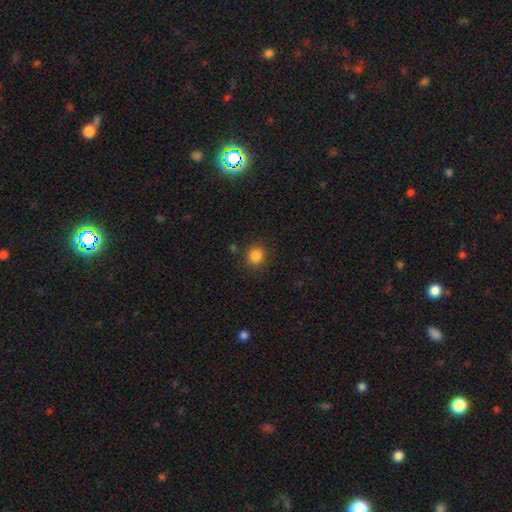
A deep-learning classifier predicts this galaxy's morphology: A smooth galaxy with no disk features (85%) that is round (83%).

Vote fractions:
- Smooth or featured? smooth: 85% / star or artifact: 11% / featured or disk: 4%
- How rounded? round: 83% / in between: 16% / cigar-shaped: 1%
- Merging? none: 88% / minor disturbance: 8% / major disturbance: 3% / merger: 2%